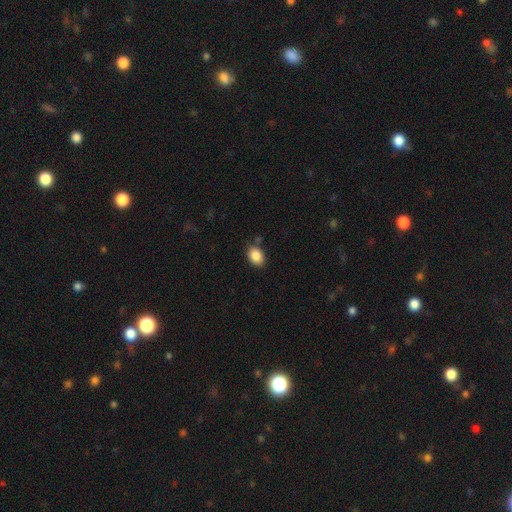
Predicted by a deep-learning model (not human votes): The model was most divided on "how rounded": in between: 75%, round: 24%, cigar-shaped: 1%. More confident: smooth or featured — smooth (87%); merging — none (79%).